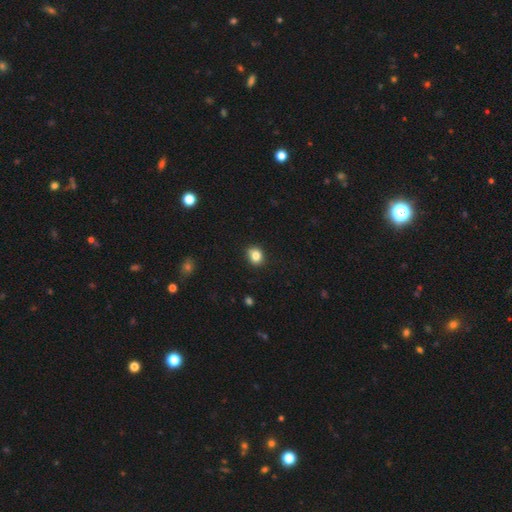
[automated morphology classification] smooth-or-featured: smooth: 83% | star or artifact: 11% | featured or disk: 6%
  how-rounded: round: 65% | in between: 34% | cigar-shaped: 1%
  merging: none: 83% | minor disturbance: 13% | major disturbance: 2% | merger: 2%